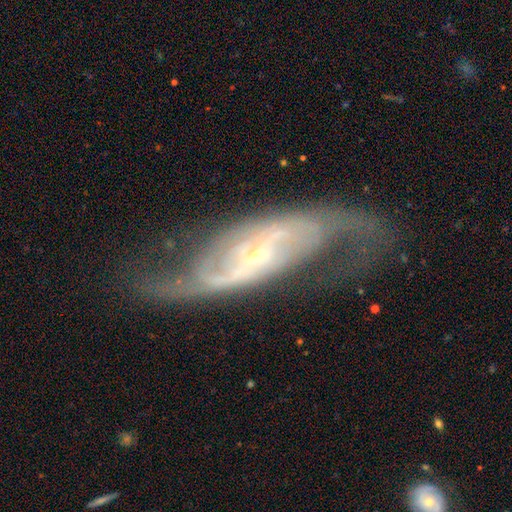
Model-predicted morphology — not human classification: This appears to be a featured or disk galaxy (87%) with no bar (39%), 2 (85%) medium (41%) spiral arms (92%) and a small central bulge (80%). Merging: none (65%).